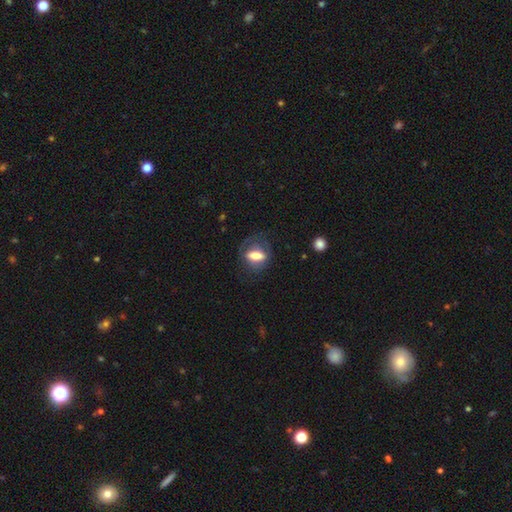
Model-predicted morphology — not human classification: Smooth or featured? smooth (51%)
How rounded? in between (58%)
Merging? none (64%)